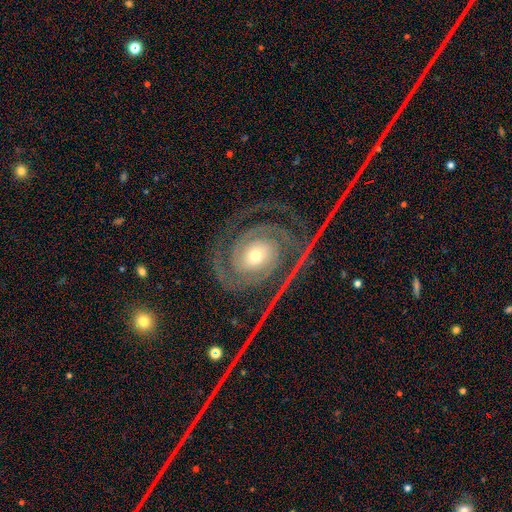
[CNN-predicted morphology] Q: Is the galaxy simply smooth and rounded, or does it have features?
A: featured or disk — 89%.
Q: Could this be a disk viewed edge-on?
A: no — 97%.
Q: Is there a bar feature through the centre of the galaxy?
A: no — 75%.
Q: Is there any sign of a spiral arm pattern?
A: yes — 98%.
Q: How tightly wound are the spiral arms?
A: tight — 65%.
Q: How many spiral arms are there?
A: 2 — 84%.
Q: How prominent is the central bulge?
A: moderate — 57%.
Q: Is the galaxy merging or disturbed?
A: none — 74%.